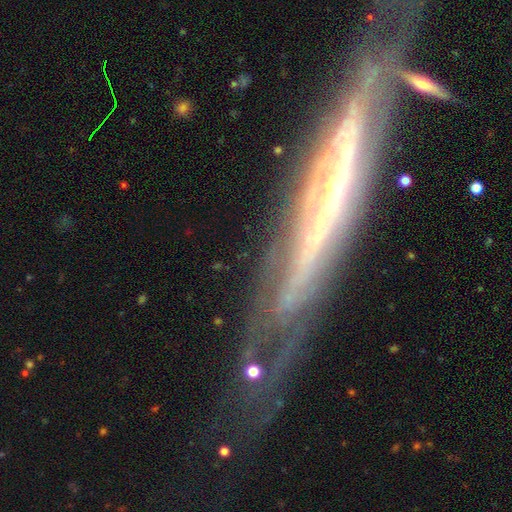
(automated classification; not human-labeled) Smooth or featured?
  - featured or disk: 81% *
  - smooth: 12%
  - star or artifact: 8%
Edge-on disk?
  - yes: 71% *
  - no: 29%
Edge-on bulge?
  - rounded: 50% *
  - none: 46%
  - boxy: 5%
Merging?
  - none: 65% *
  - minor disturbance: 21%
  - major disturbance: 11%
  - merger: 3%